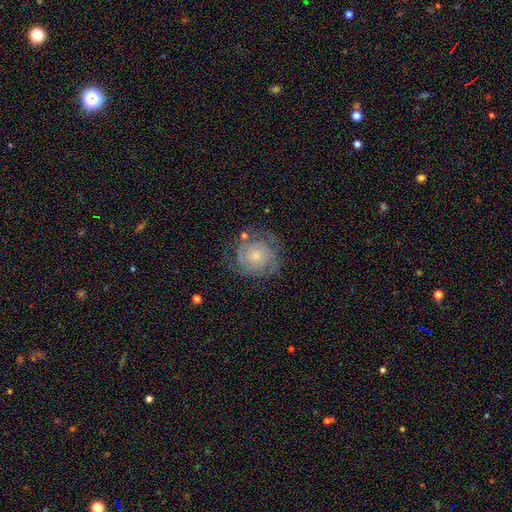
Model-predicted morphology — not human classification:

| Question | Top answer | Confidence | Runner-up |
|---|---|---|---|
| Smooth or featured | featured or disk | 76% | smooth (17%) |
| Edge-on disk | no | 98% | yes (2%) |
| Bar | no | 81% | weak (16%) |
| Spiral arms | yes | 91% | no (9%) |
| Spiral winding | tight | 71% | medium (23%) |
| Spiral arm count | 2 | 34% | can't tell (33%) |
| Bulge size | small | 63% | moderate (29%) |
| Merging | none | 71% | minor disturbance (18%) |